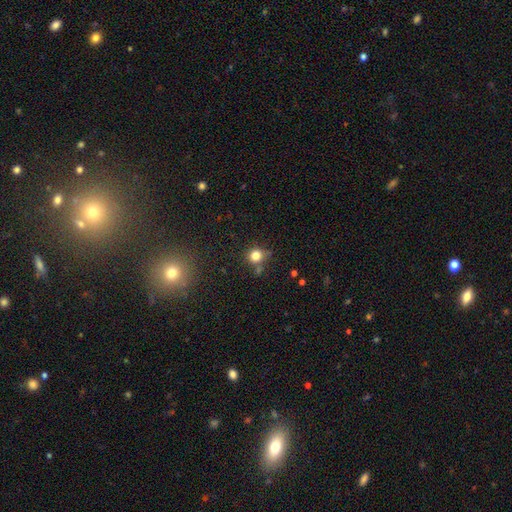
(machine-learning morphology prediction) Smooth or featured?
  - smooth: 80% *
  - star or artifact: 14%
  - featured or disk: 7%
How rounded?
  - round: 88% *
  - in between: 11%
  - cigar-shaped: 1%
Merging?
  - none: 70% *
  - minor disturbance: 15%
  - merger: 10%
  - major disturbance: 5%